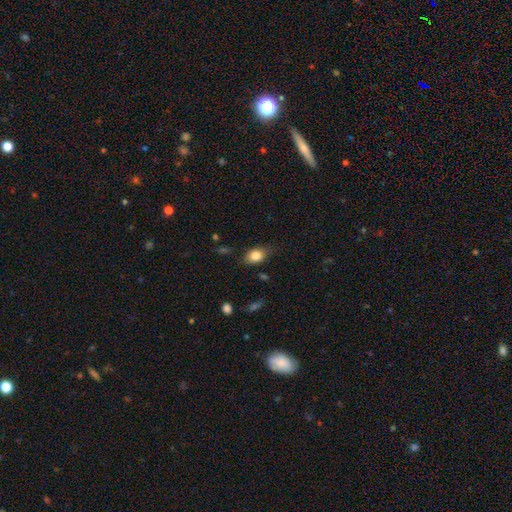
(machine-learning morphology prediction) This is clearly a smooth galaxy (82%). How rounded: likely in between (73%). Merging: likely none (71%).